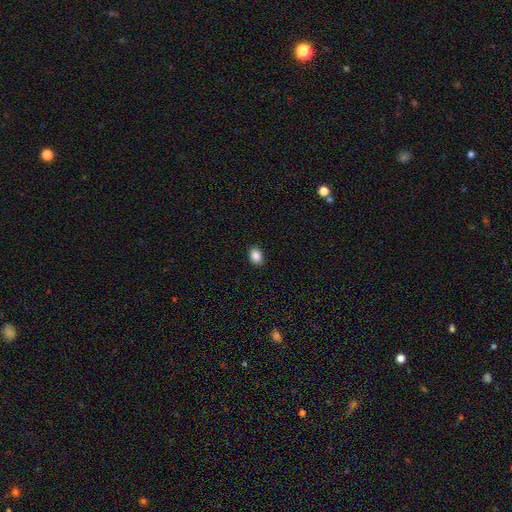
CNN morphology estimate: A smooth galaxy with no disk features (87%) that is in between round and cigar-shaped (68%).

Vote fractions:
- Smooth or featured? smooth: 87% / star or artifact: 9% / featured or disk: 4%
- How rounded? in between: 68% / round: 31% / cigar-shaped: 1%
- Merging? none: 90% / minor disturbance: 7% / major disturbance: 2% / merger: 1%